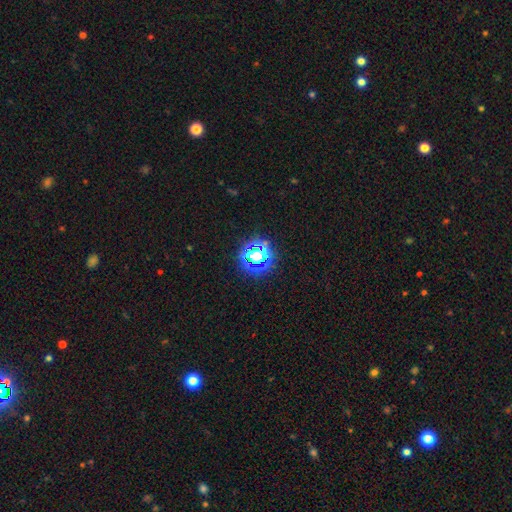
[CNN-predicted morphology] type=star or artifact (61%).